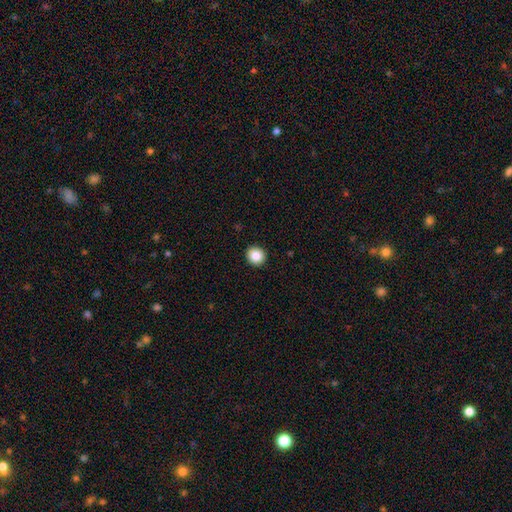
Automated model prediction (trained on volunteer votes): smooth 86%, star or artifact 9%, featured or disk 5%. Down the decision tree: how rounded — round (89%); merging — none (93%).